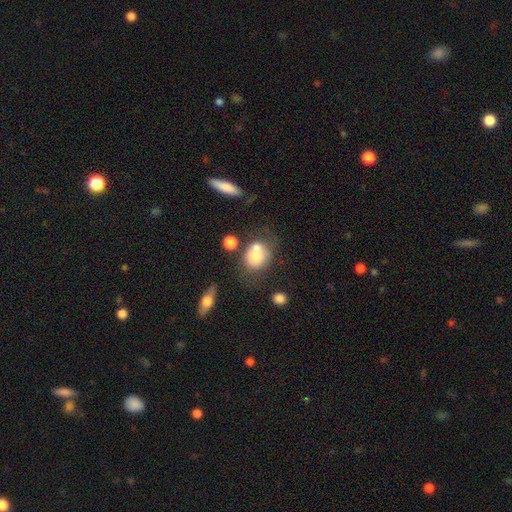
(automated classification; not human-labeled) Q: Smooth or featured?
A: smooth (69%); runner-up: featured or disk (21%)
Q: How rounded?
A: round (64%); runner-up: in between (35%)
Q: Merging?
A: none (42%); runner-up: merger (36%)